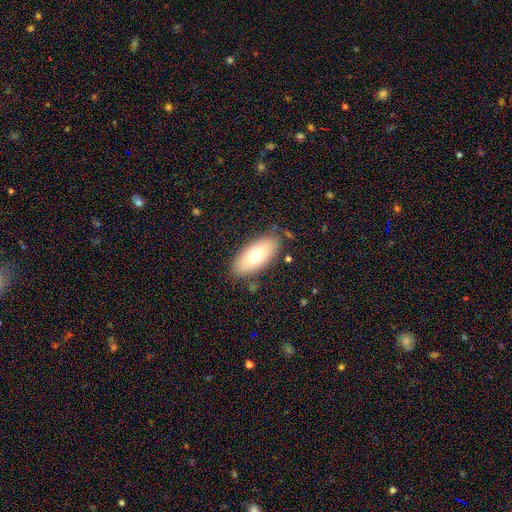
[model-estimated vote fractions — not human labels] Smooth or featured?
  - smooth: 70% *
  - featured or disk: 23%
  - star or artifact: 7%
How rounded?
  - in between: 86% *
  - cigar-shaped: 11%
  - round: 3%
Merging?
  - none: 82% *
  - minor disturbance: 12%
  - major disturbance: 3%
  - merger: 2%